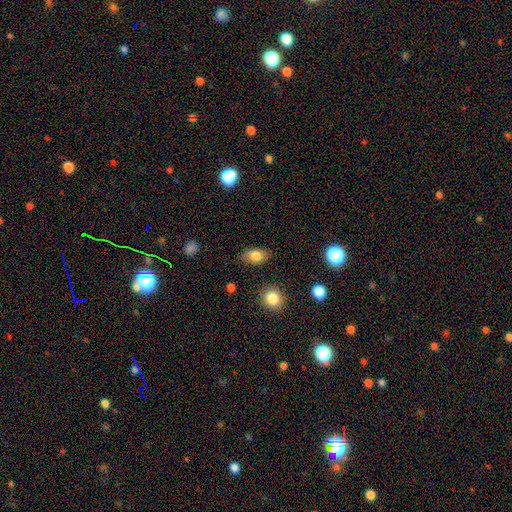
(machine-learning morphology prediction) A smooth galaxy with no disk features (80%) that is in between round and cigar-shaped (88%).

Vote fractions:
- Smooth or featured? smooth: 80% / featured or disk: 11% / star or artifact: 8%
- How rounded? in between: 88% / round: 9% / cigar-shaped: 3%
- Merging? none: 83% / minor disturbance: 12% / major disturbance: 3% / merger: 2%